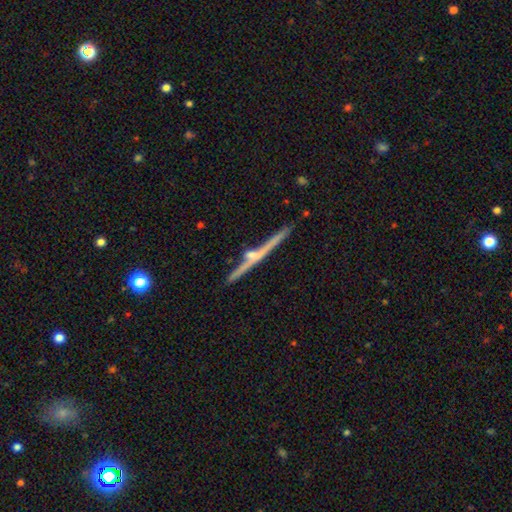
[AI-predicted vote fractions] Smooth or featured?
  - featured or disk: 75% *
  - smooth: 18%
  - star or artifact: 7%
Edge-on disk?
  - yes: 97% *
  - no: 3%
Edge-on bulge?
  - rounded: 59% *
  - none: 32%
  - boxy: 8%
Merging?
  - none: 78% *
  - minor disturbance: 11%
  - merger: 8%
  - major disturbance: 3%